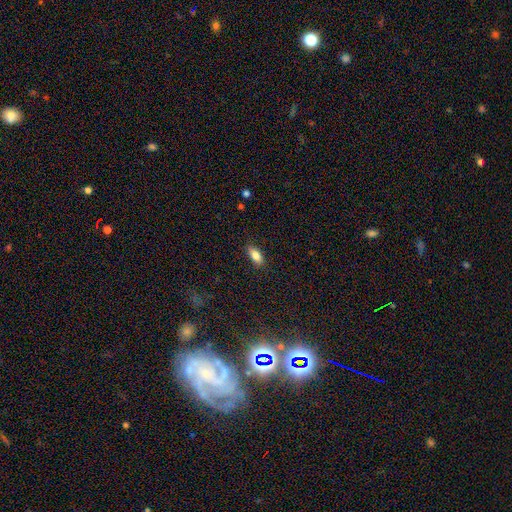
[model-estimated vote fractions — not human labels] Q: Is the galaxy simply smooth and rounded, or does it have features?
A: smooth — 83%.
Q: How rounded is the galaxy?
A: in between — 85%.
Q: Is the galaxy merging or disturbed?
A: none — 86%.